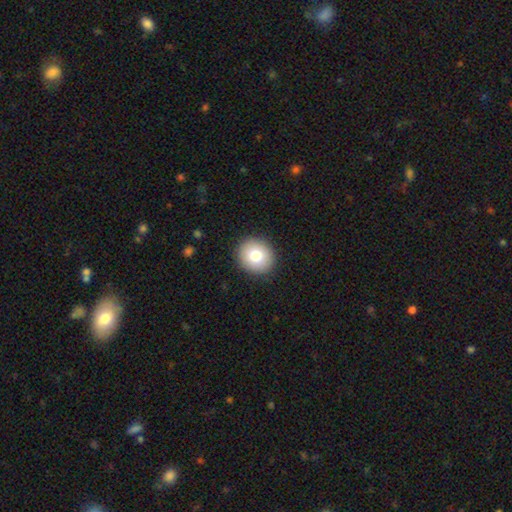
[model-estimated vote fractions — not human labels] smooth_or_featured: smooth (p=0.80) [alt: featured or disk p=0.11]
how_rounded: round (p=0.81) [alt: in between p=0.19]
merging: none (p=0.91) [alt: minor disturbance p=0.06]